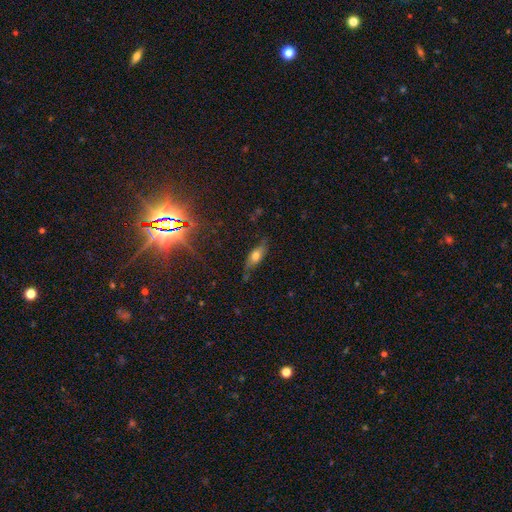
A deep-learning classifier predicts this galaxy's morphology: A smooth galaxy with no disk features (56%) that is in between round and cigar-shaped (66%). Merging: none (70%).